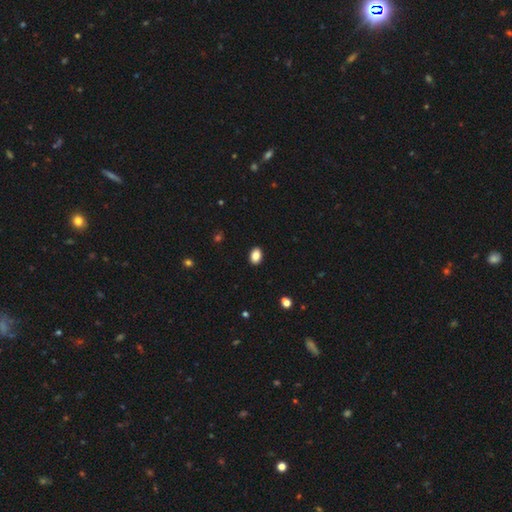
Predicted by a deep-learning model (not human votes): Smooth or featured?
  - smooth: 87% *
  - star or artifact: 9%
  - featured or disk: 4%
How rounded?
  - in between: 81% *
  - round: 17%
  - cigar-shaped: 1%
Merging?
  - none: 91% *
  - minor disturbance: 7%
  - major disturbance: 2%
  - merger: 1%